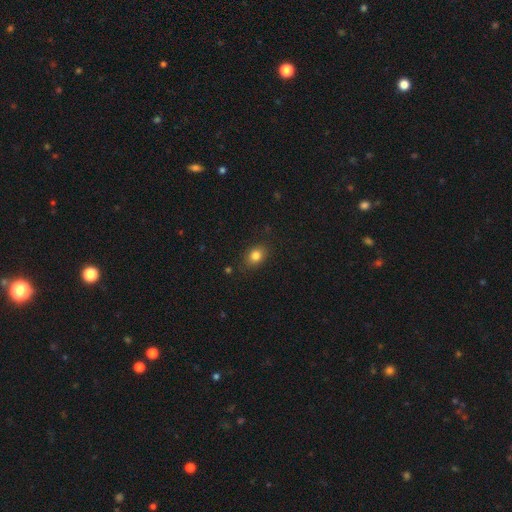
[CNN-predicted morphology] Smooth or featured: smooth — 82% (star or artifact — 11%)
How rounded: in between — 58% (round — 41%)
Merging: none — 83% (minor disturbance — 12%)